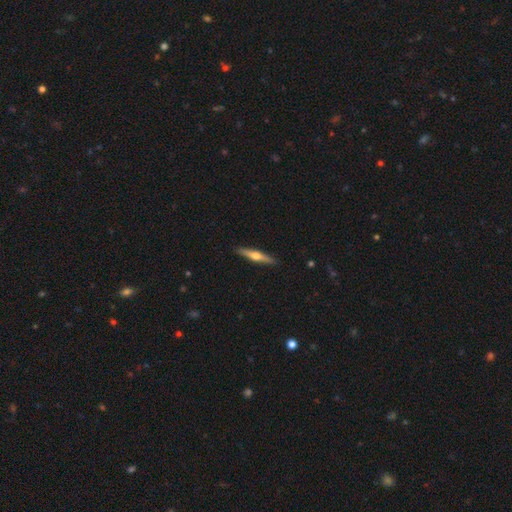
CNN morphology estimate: This is possibly a featured or disk galaxy (59%). It is clearly viewed edge-on (96%). Edge-on bulge: clearly rounded (92%). Merging: clearly none (91%).